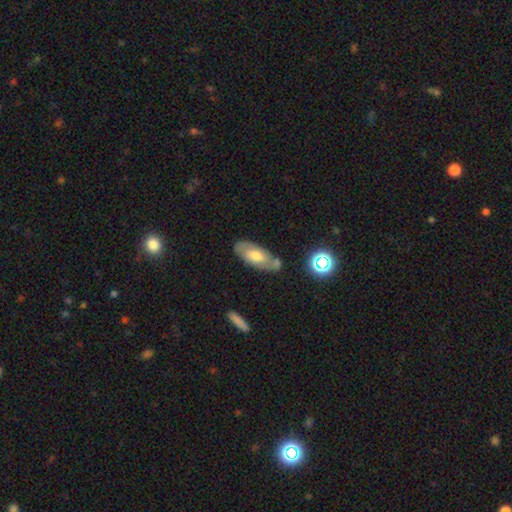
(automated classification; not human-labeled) Morphology: type=smooth (53%); roundness=in between (85%); merging=none (69%).